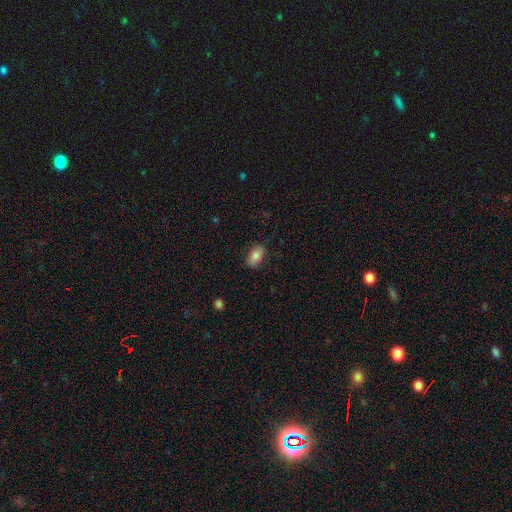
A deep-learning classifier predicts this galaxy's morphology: A smooth galaxy with no disk features (83%) that is in between round and cigar-shaped (91%).

Vote fractions:
- Smooth or featured? smooth: 83% / featured or disk: 10% / star or artifact: 8%
- How rounded? in between: 91% / round: 6% / cigar-shaped: 2%
- Merging? none: 83% / minor disturbance: 13% / major disturbance: 3% / merger: 1%